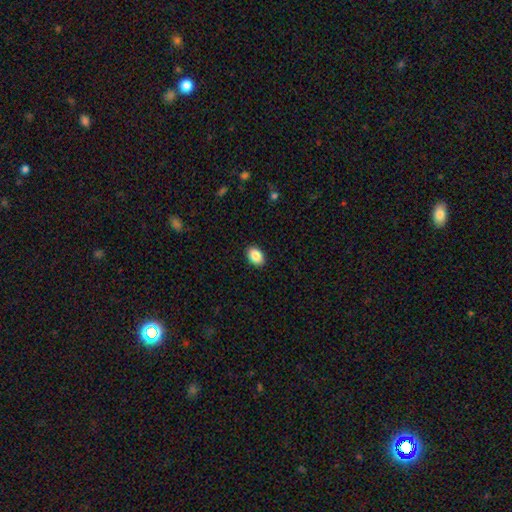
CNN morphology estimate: A smooth galaxy with no disk features (88%) that is in between round and cigar-shaped (84%). Merging: none (90%).